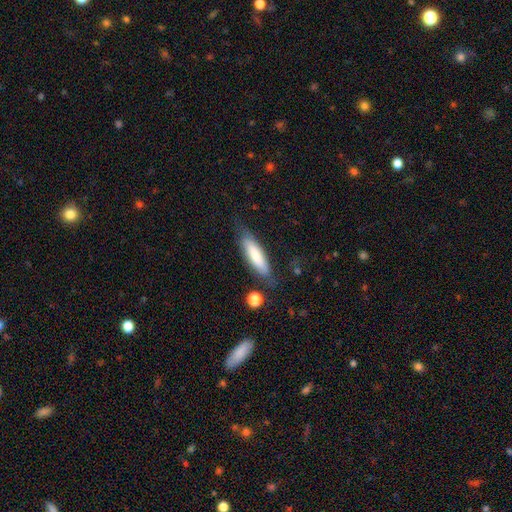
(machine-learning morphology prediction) smooth-or-featured: smooth: 73% | featured or disk: 21% | star or artifact: 6%
  how-rounded: cigar-shaped: 64% | in between: 34% | round: 2%
  merging: none: 72% | minor disturbance: 18% | major disturbance: 6% | merger: 3%